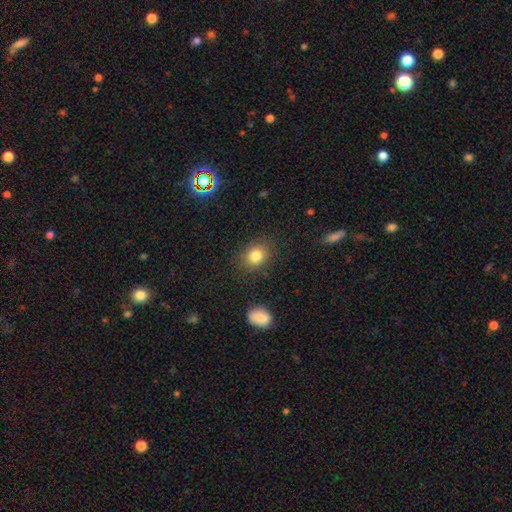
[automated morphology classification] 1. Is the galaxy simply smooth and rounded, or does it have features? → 83% smooth, 11% star or artifact, 7% featured or disk.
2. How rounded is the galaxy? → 53% round, 46% in between, 1% cigar-shaped.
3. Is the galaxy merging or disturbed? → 84% none, 11% minor disturbance, 4% major disturbance, 2% merger.